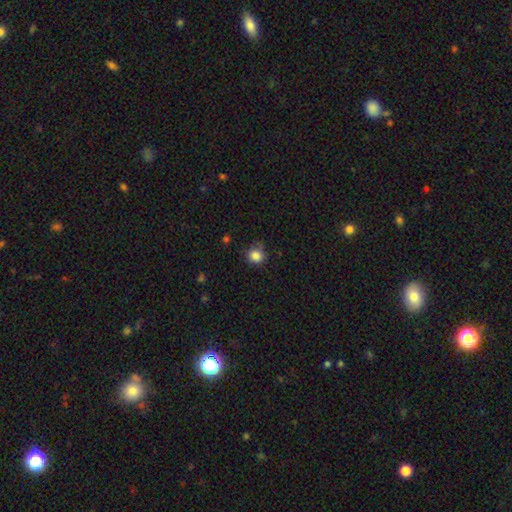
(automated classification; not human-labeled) smooth-or-featured: smooth: 84% | star or artifact: 11% | featured or disk: 4%
  how-rounded: round: 84% | in between: 15% | cigar-shaped: 1%
  merging: none: 69% | minor disturbance: 24% | major disturbance: 5% | merger: 2%